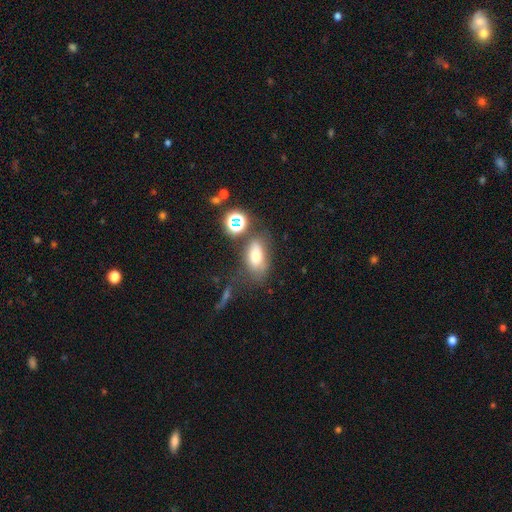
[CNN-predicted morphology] A smooth galaxy with no disk features (68%) that is in between round and cigar-shaped (83%). Merging: none (58%).